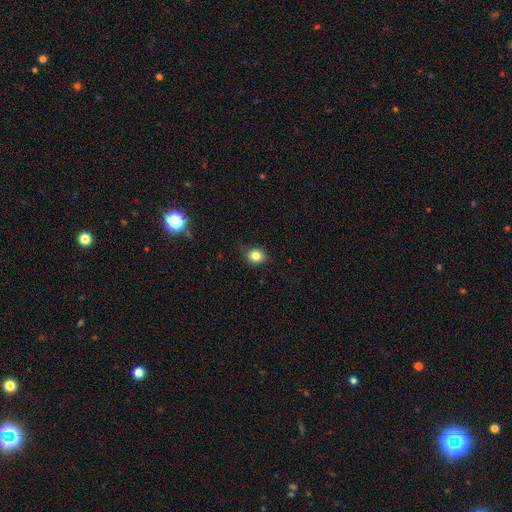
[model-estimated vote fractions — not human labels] smooth 81%, star or artifact 12%, featured or disk 7%. Down the decision tree: how rounded — round (70%); merging — none (82%).